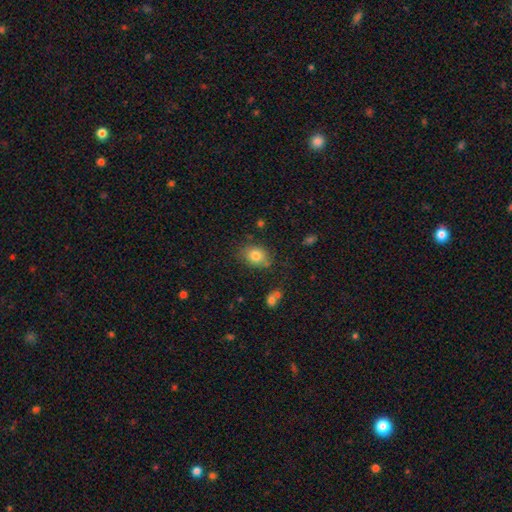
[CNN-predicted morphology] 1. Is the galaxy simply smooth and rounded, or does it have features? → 81% smooth, 10% star or artifact, 9% featured or disk.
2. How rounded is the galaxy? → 55% in between, 44% round, 1% cigar-shaped.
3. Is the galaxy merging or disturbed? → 76% none, 16% minor disturbance, 5% merger, 4% major disturbance.